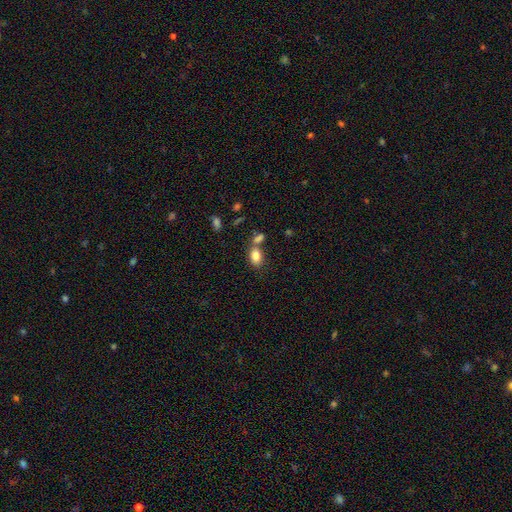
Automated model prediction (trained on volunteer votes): This appears to be a smooth galaxy with no disk features (83%) that is in between round and cigar-shaped (85%). Merging: none (55%).